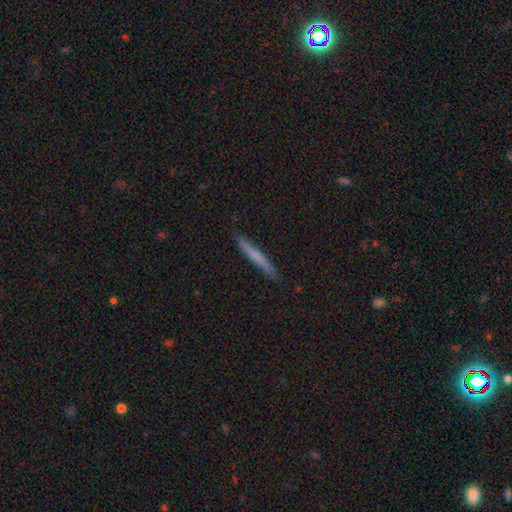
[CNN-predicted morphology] Q: Smooth or featured?
A: smooth (64%); runner-up: featured or disk (30%)
Q: How rounded?
A: cigar-shaped (96%); runner-up: in between (2%)
Q: Merging?
A: none (89%); runner-up: minor disturbance (8%)